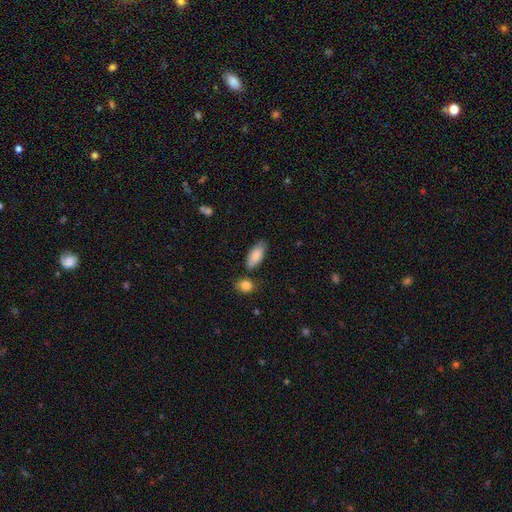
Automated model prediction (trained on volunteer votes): A smooth galaxy with no disk features (85%) that is in between round and cigar-shaped (89%).

Vote fractions:
- Smooth or featured? smooth: 85% / featured or disk: 9% / star or artifact: 6%
- How rounded? in between: 89% / cigar-shaped: 9% / round: 2%
- Merging? none: 73% / minor disturbance: 16% / merger: 8% / major disturbance: 3%